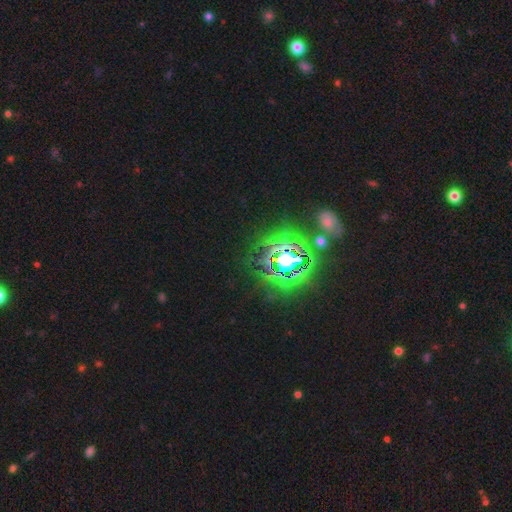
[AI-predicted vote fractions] Q: Smooth or featured?
A: star or artifact (76%); runner-up: smooth (12%)